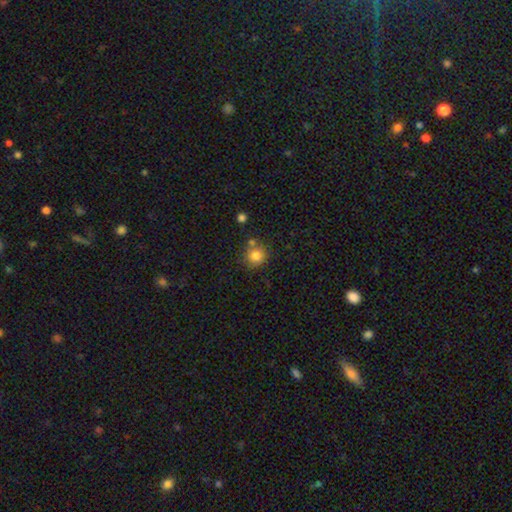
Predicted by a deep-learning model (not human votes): smooth-or-featured: smooth: 80% | star or artifact: 12% | featured or disk: 8%
  how-rounded: round: 90% | in between: 9% | cigar-shaped: 1%
  merging: none: 73% | merger: 14% | minor disturbance: 10% | major disturbance: 3%